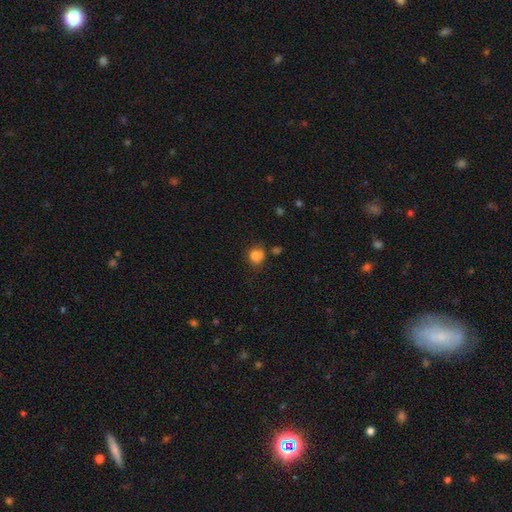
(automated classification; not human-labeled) smooth_or_featured: smooth (p=0.81) [alt: star or artifact p=0.12]
how_rounded: round (p=0.83) [alt: in between p=0.16]
merging: none (p=0.67) [alt: minor disturbance p=0.18]